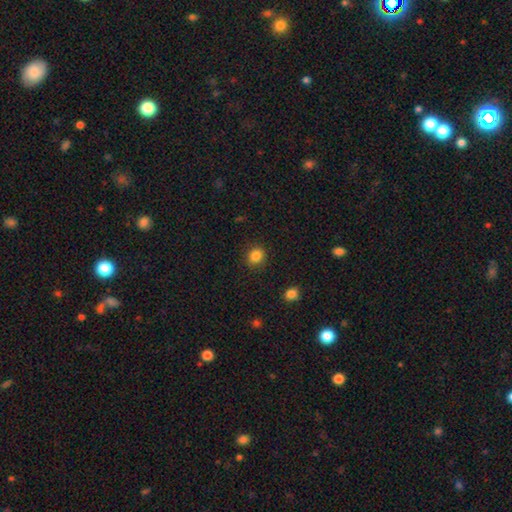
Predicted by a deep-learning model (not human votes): smooth 85%, star or artifact 11%, featured or disk 4%. Down the decision tree: how rounded — round (77%); merging — none (89%).